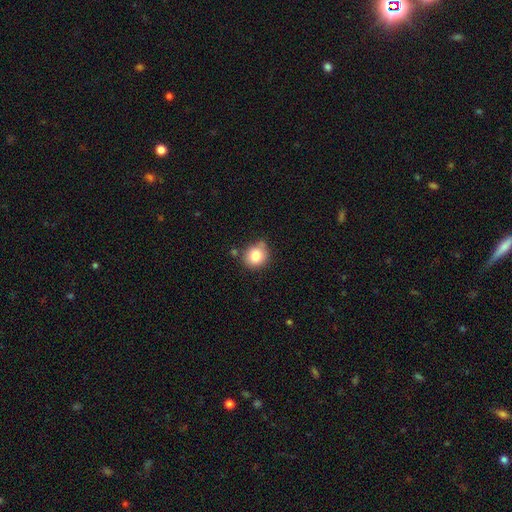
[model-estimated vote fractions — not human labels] This appears to be a smooth galaxy with no disk features (82%) that is round (81%). Merging: none (68%).